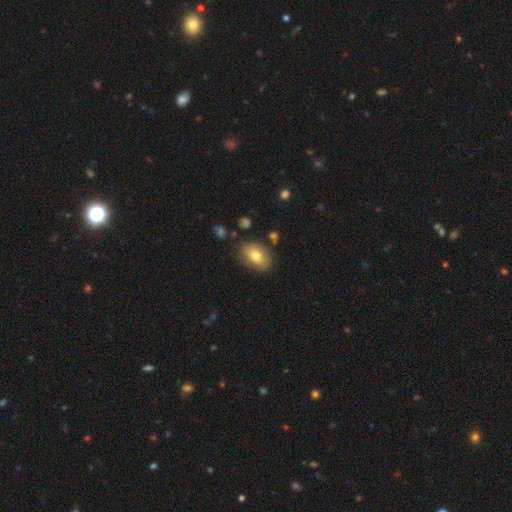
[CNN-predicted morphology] The model was most divided on "smooth or featured": smooth: 74%, featured or disk: 18%, star or artifact: 8%. More confident: how rounded — in between (87%); merging — none (81%).